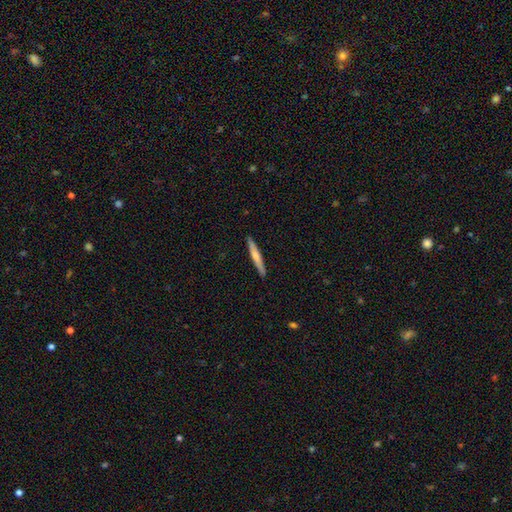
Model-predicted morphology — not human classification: Smooth or featured?
  - smooth: 59% *
  - featured or disk: 36%
  - star or artifact: 5%
How rounded?
  - cigar-shaped: 95% *
  - in between: 4%
  - round: 1%
Merging?
  - none: 91% *
  - minor disturbance: 7%
  - major disturbance: 1%
  - merger: 1%